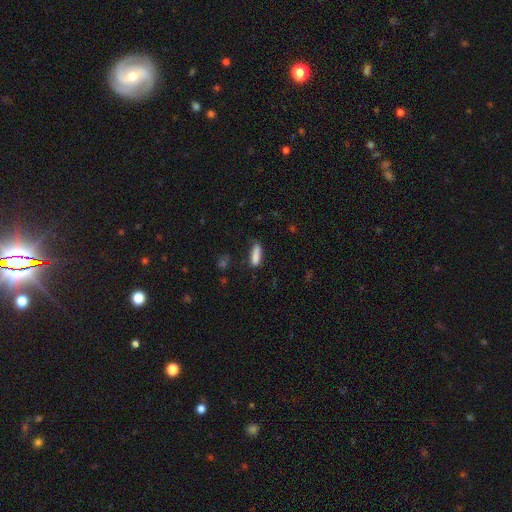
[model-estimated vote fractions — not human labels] Smooth or featured? Predicted: smooth (p=0.86). How rounded? Predicted: cigar-shaped (p=0.54). Merging? Predicted: none (p=0.67).